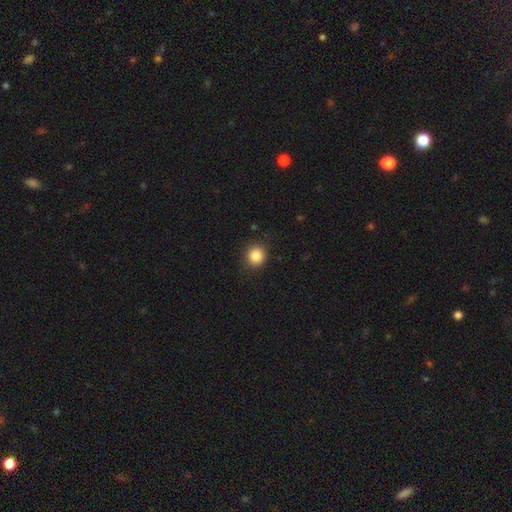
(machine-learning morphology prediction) Overall: smooth (86%). How rounded: round (86%). Merging: none (88%).